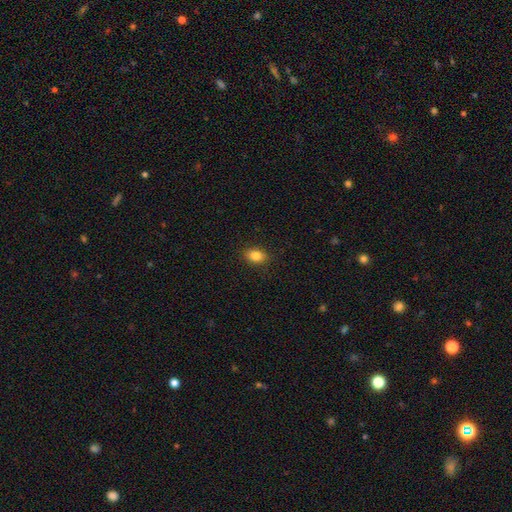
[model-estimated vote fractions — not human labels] Smooth or featured?
  - smooth: 84% *
  - star or artifact: 9%
  - featured or disk: 6%
How rounded?
  - in between: 77% *
  - round: 21%
  - cigar-shaped: 2%
Merging?
  - none: 89% *
  - minor disturbance: 8%
  - major disturbance: 2%
  - merger: 1%